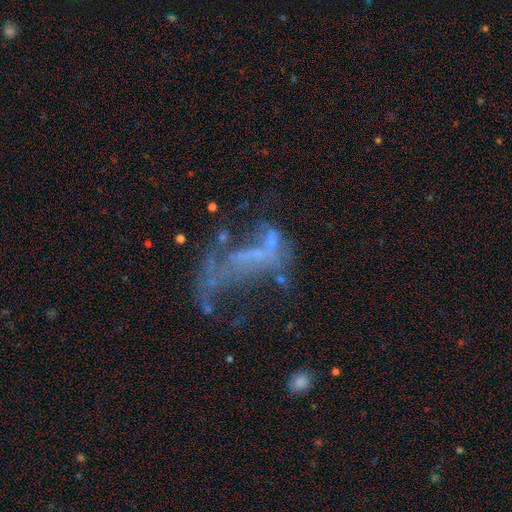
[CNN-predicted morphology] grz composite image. It shows a featured or disk galaxy (58%) with no bar (75%), no spiral arms (84%) and no central bulge (75%). Merging: major disturbance (45%).